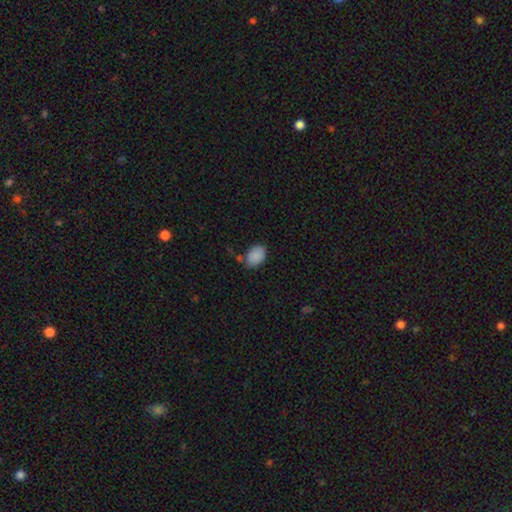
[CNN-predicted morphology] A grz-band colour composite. It shows a smooth galaxy with no disk features (88%) that is in between round and cigar-shaped (83%). Merging: none (69%).